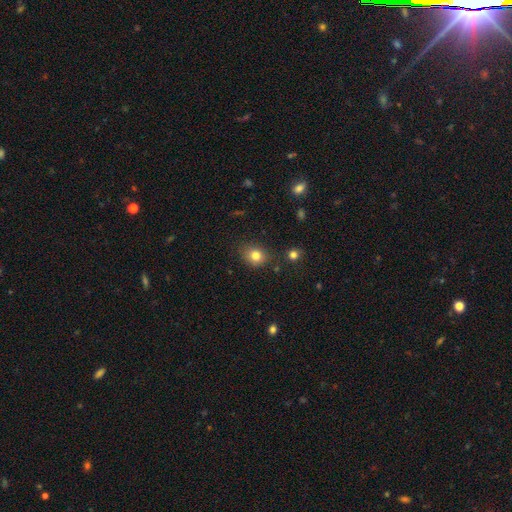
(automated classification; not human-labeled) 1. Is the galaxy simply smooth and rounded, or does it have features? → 81% smooth, 12% star or artifact, 7% featured or disk.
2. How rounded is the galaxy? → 65% round, 34% in between, 1% cigar-shaped.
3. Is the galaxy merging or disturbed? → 79% none, 14% minor disturbance, 3% major disturbance, 3% merger.